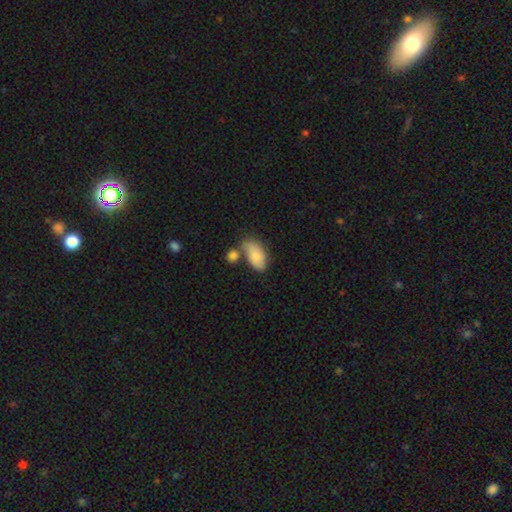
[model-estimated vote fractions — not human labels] This is likely a smooth galaxy (78%). How rounded: clearly in between (93%). Merging: possibly none (46%).